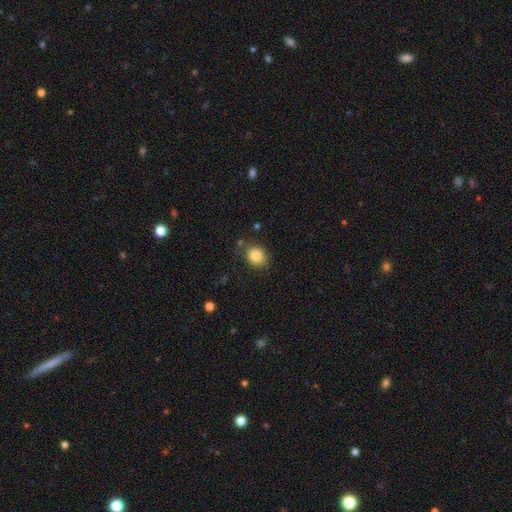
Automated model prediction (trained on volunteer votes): smooth_or_featured: smooth (p=0.84) [alt: star or artifact p=0.10]
how_rounded: round (p=0.65) [alt: in between p=0.34]
merging: none (p=0.79) [alt: minor disturbance p=0.14]